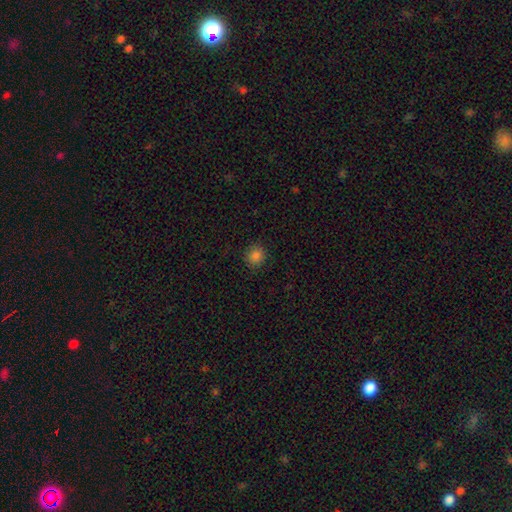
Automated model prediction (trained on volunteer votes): A smooth galaxy with no disk features (84%) that is round (88%).

Vote fractions:
- Smooth or featured? smooth: 84% / star or artifact: 12% / featured or disk: 4%
- How rounded? round: 88% / in between: 11% / cigar-shaped: 1%
- Merging? none: 90% / minor disturbance: 7% / major disturbance: 2% / merger: 1%